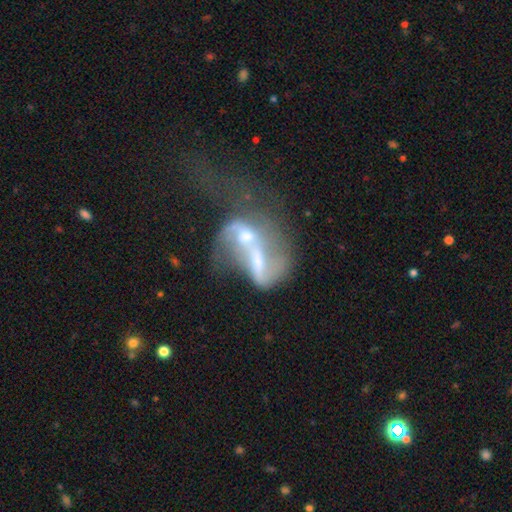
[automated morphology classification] A featured or disk galaxy (72%) with no bar (42%), spiral arms (61%) and a moderate central bulge (49%). Merging: merger (61%).